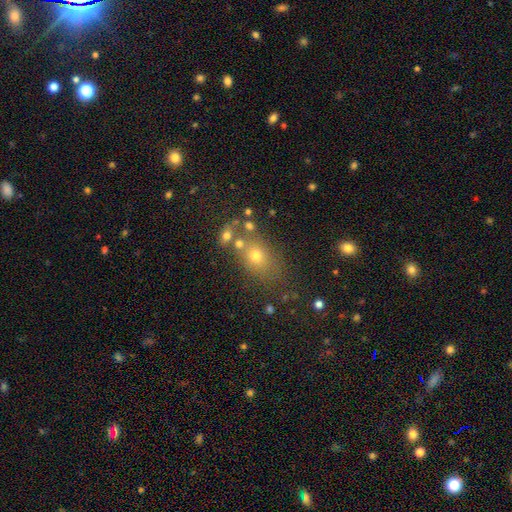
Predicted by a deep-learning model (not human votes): The model was most divided on "how rounded": in between: 59%, round: 39%, cigar-shaped: 2%. More confident: smooth or featured — smooth (64%); merging — none (63%).